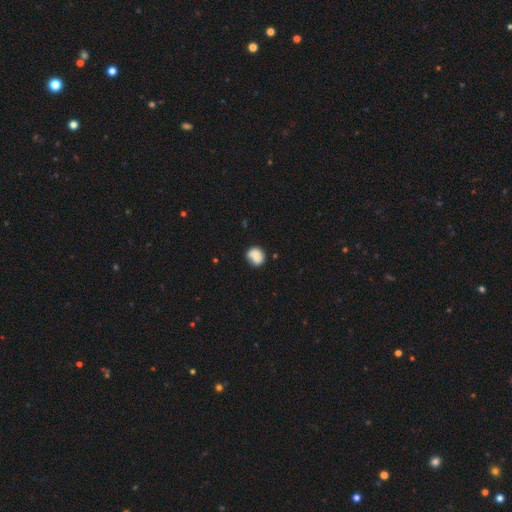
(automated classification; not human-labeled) smooth-or-featured: smooth: 76% | featured or disk: 16% | star or artifact: 8%
  how-rounded: round: 72% | in between: 27% | cigar-shaped: 1%
  merging: none: 60% | minor disturbance: 24% | merger: 9% | major disturbance: 6%